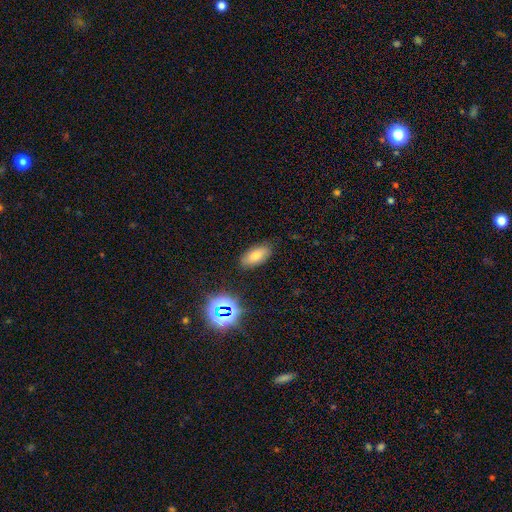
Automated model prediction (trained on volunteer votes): Smooth or featured: smooth — 74% (star or artifact — 13%)
How rounded: in between — 87% (cigar-shaped — 9%)
Merging: none — 85% (minor disturbance — 11%)